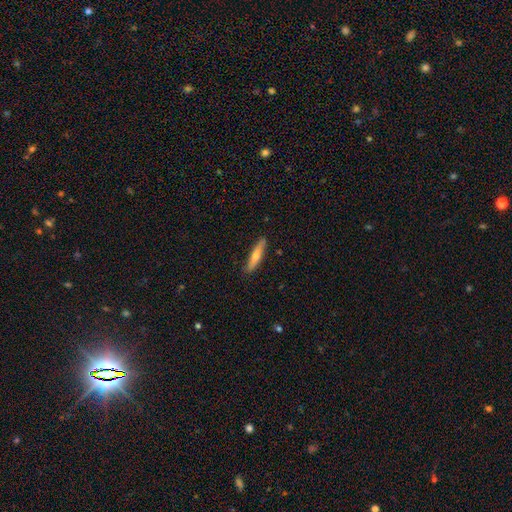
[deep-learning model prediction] This appears to be a smooth galaxy with no disk features (53%) that is cigar-shaped (88%). Merging: none (88%).